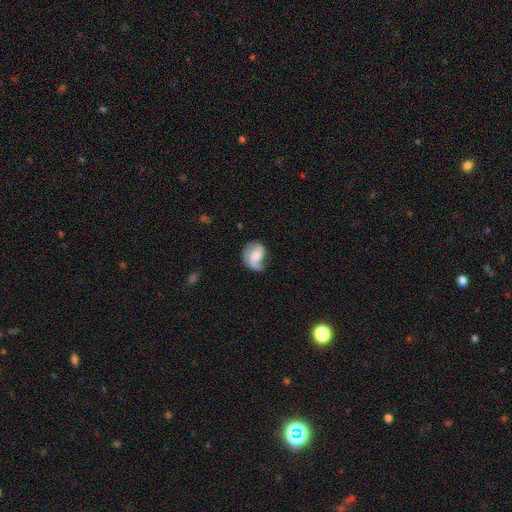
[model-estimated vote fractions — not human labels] Smooth or featured? Predicted: featured or disk (p=0.69). Edge-on disk? Predicted: no (p=0.97). Bar? Predicted: no (p=0.54). Spiral arms? Predicted: yes (p=0.91). Spiral winding? Predicted: loose (p=0.42). Spiral arm count? Predicted: 2 (p=0.60). Bulge size? Predicted: moderate (p=0.53). Merging? Predicted: none (p=0.51).